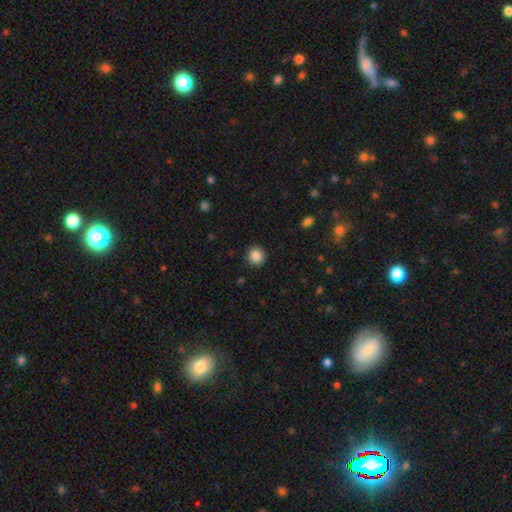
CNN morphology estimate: Smooth or featured: smooth — 86% (star or artifact — 9%)
How rounded: round — 90% (in between — 9%)
Merging: none — 92% (minor disturbance — 5%)